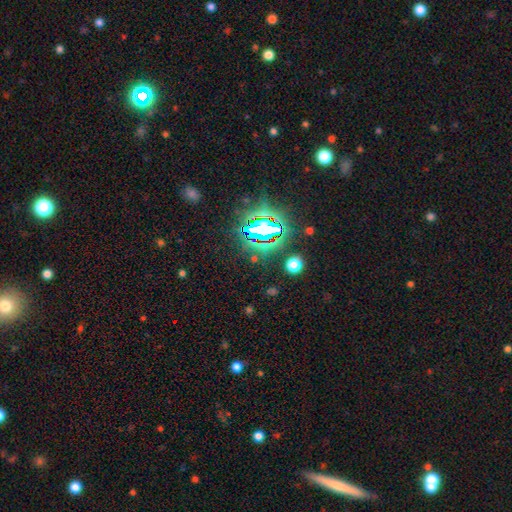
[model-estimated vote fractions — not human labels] A star or artifact, not a galaxy (78%).